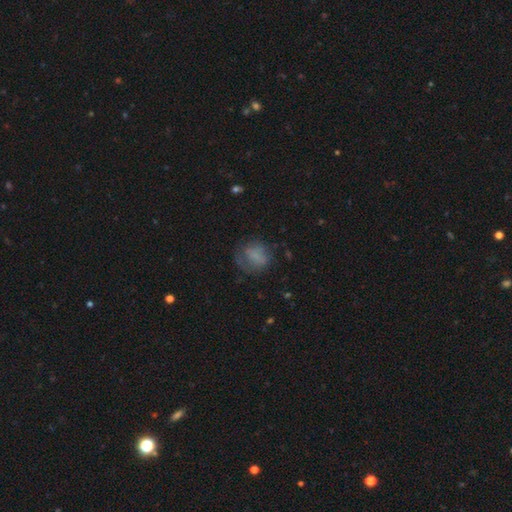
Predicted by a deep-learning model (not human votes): Q: Smooth or featured?
A: smooth (67%); runner-up: featured or disk (21%)
Q: How rounded?
A: round (61%); runner-up: in between (38%)
Q: Merging?
A: none (53%); runner-up: minor disturbance (25%)